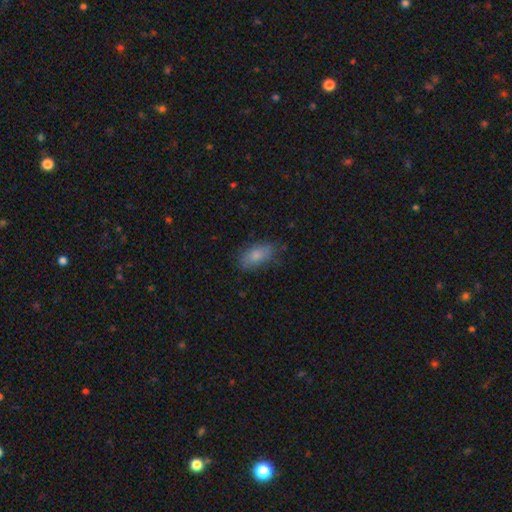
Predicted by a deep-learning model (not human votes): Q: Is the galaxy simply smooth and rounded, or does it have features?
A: smooth — 77%.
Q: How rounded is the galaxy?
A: in between — 85%.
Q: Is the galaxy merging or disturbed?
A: none — 76%.